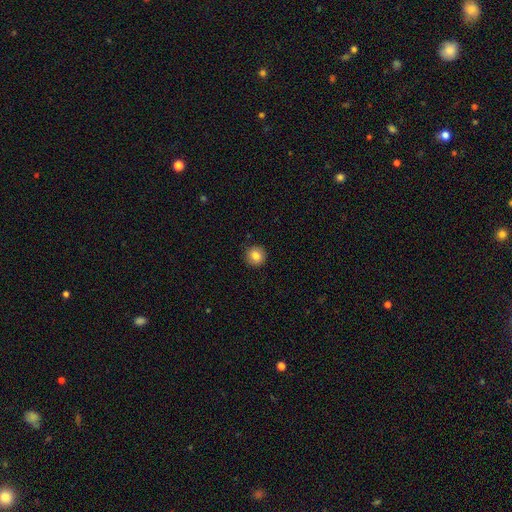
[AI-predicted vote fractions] Morphology: type=smooth (84%); roundness=round (94%); merging=none (91%).